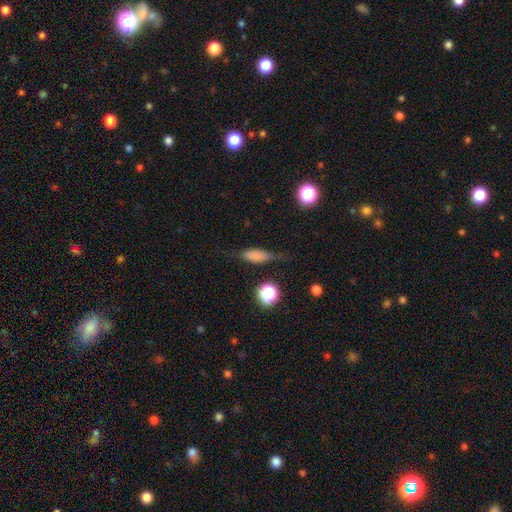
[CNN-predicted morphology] This is likely a smooth galaxy (66%). How rounded: possibly in between (56%). Merging: likely none (63%).